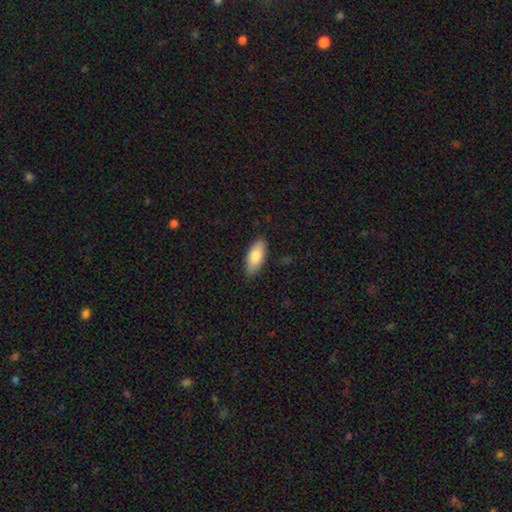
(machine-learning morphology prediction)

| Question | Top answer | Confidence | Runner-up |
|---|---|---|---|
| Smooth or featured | smooth | 81% | featured or disk (13%) |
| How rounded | in between | 82% | cigar-shaped (16%) |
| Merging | none | 83% | minor disturbance (13%) |